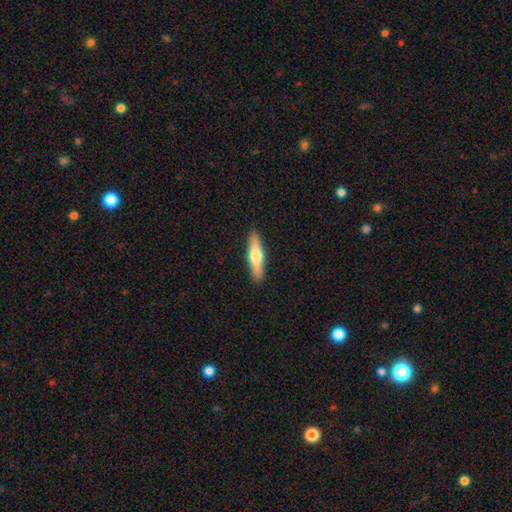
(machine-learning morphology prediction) Smooth or featured?
  - smooth: 51% *
  - featured or disk: 44%
  - star or artifact: 5%
How rounded?
  - cigar-shaped: 73% *
  - in between: 24%
  - round: 2%
Merging?
  - none: 91% *
  - minor disturbance: 7%
  - major disturbance: 2%
  - merger: 1%